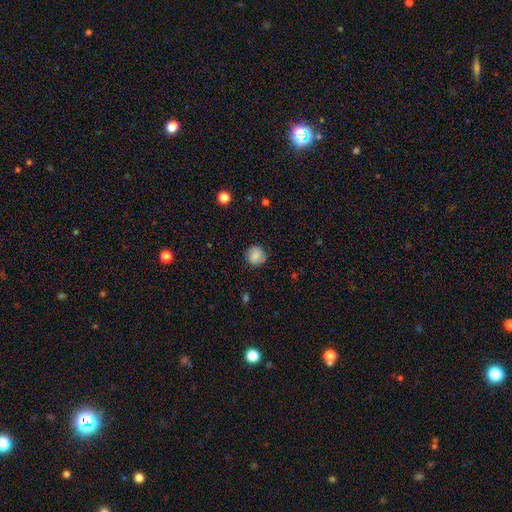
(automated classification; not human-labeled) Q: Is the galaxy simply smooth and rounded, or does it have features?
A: smooth — 78%.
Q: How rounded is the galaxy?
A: round — 90%.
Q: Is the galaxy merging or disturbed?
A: none — 84%.